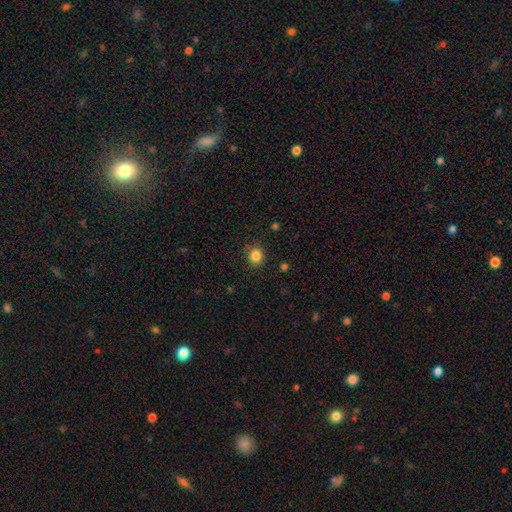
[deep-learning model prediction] The model was most divided on "how rounded": round: 81%, in between: 18%, cigar-shaped: 1%. More confident: merging — none (86%); smooth or featured — smooth (85%).